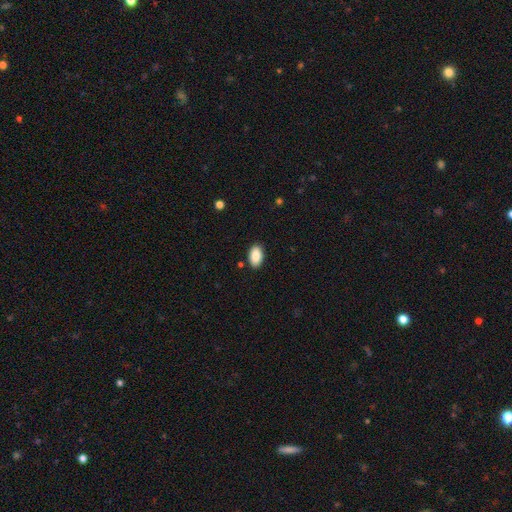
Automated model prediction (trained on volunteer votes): smooth 90%, star or artifact 7%, featured or disk 4%. Down the decision tree: how rounded — in between (95%); merging — none (88%).